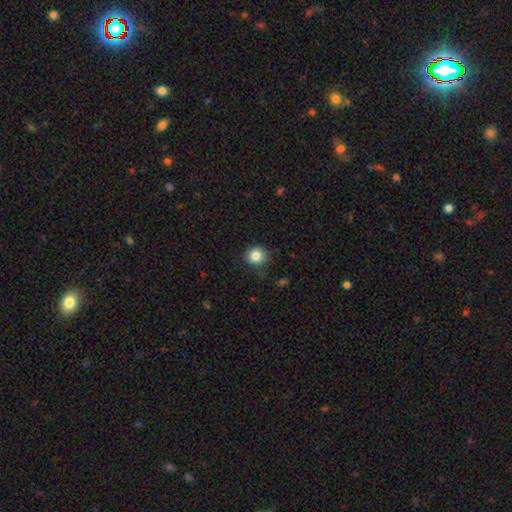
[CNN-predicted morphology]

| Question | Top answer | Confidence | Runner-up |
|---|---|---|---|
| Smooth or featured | smooth | 84% | star or artifact (11%) |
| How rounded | round | 88% | in between (11%) |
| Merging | none | 84% | minor disturbance (12%) |